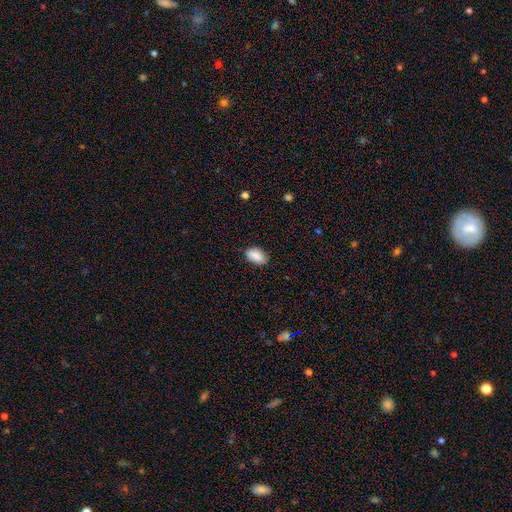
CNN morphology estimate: smooth-or-featured: smooth: 89% | star or artifact: 7% | featured or disk: 4%
  how-rounded: in between: 92% | round: 6% | cigar-shaped: 2%
  merging: none: 83% | minor disturbance: 14% | major disturbance: 3% | merger: 1%